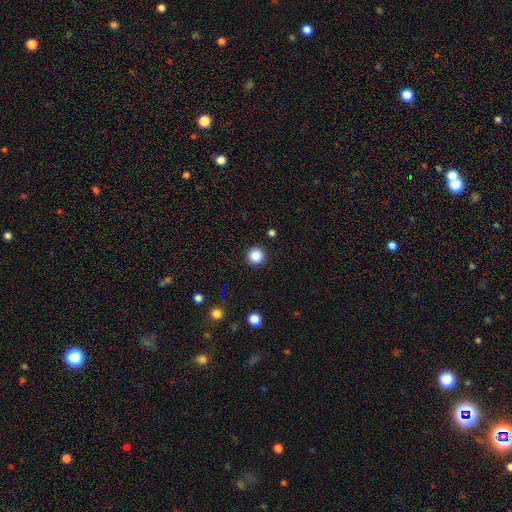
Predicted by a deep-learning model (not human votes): A smooth galaxy with no disk features (86%) that is round (96%). Merging: none (92%).